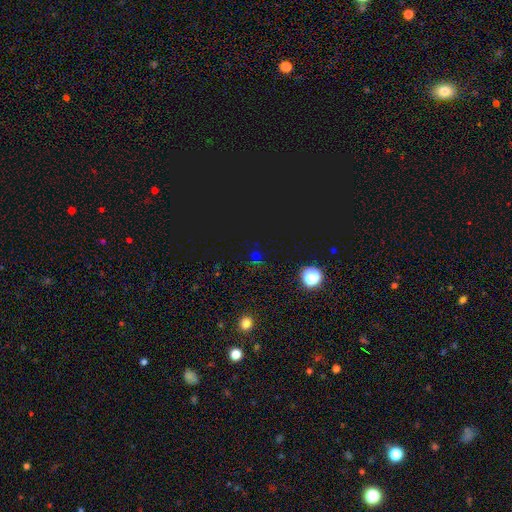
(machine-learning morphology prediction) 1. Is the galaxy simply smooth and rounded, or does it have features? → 69% star or artifact, 25% smooth, 6% featured or disk.